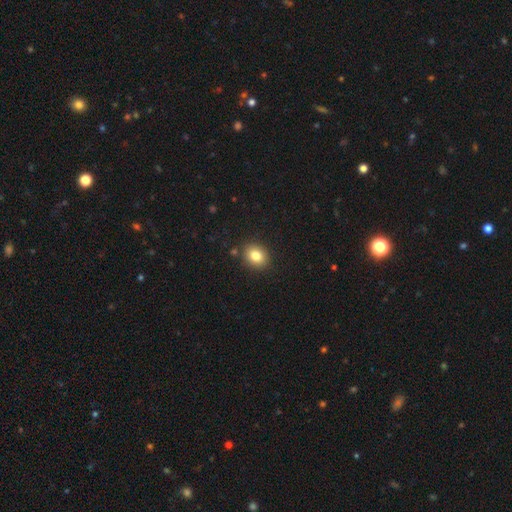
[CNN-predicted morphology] Overall: smooth (82%). How rounded: round (57%; in between 42%). Merging: none (87%).